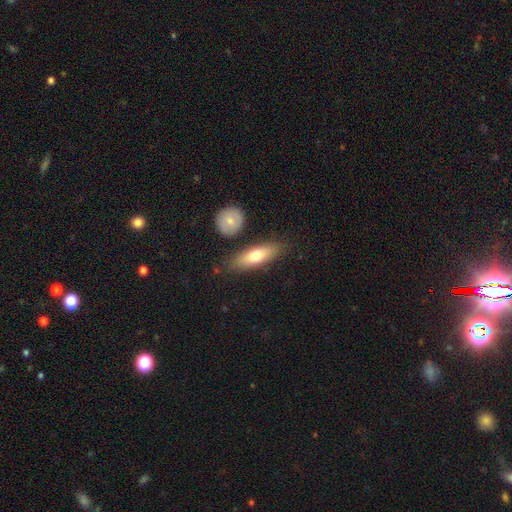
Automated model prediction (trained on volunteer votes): Smooth or featured: smooth — 70% (featured or disk — 24%)
How rounded: in between — 56% (cigar-shaped — 41%)
Merging: none — 79% (minor disturbance — 13%)